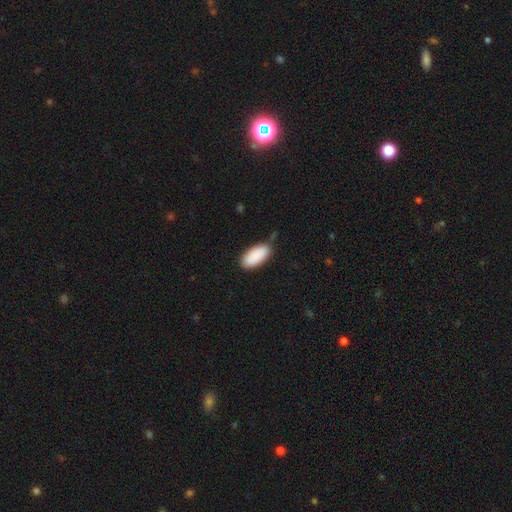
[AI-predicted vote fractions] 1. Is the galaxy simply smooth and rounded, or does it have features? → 90% smooth, 6% star or artifact, 4% featured or disk.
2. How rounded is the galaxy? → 92% in between, 6% cigar-shaped, 2% round.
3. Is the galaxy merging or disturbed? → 75% none, 19% minor disturbance, 4% major disturbance, 3% merger.